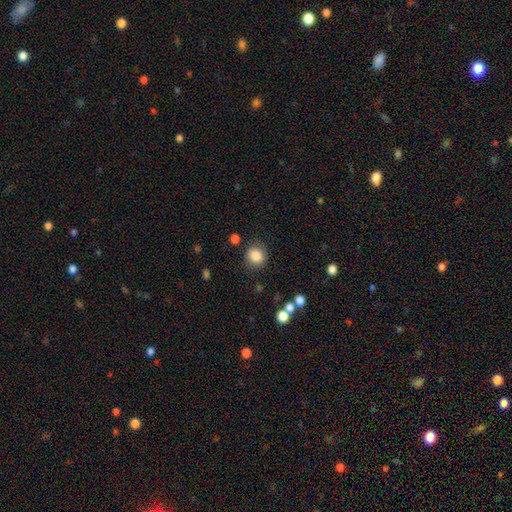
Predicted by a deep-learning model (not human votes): smooth 85%, star or artifact 10%, featured or disk 6%. Down the decision tree: how rounded — round (82%); merging — none (83%).